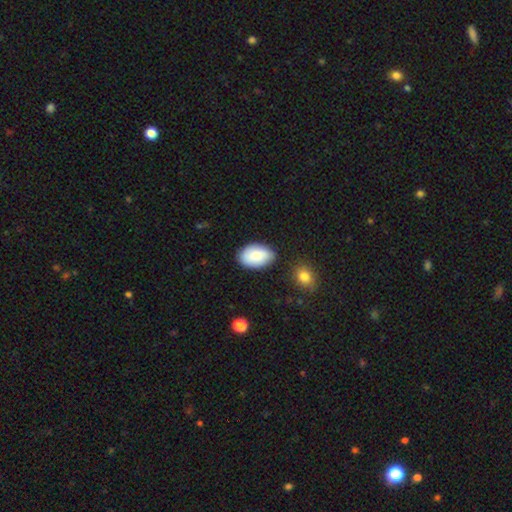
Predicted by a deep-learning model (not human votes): The model was most divided on "merging": none: 80%, minor disturbance: 14%, merger: 3%, major disturbance: 3%. More confident: how rounded — in between (92%); smooth or featured — smooth (86%).